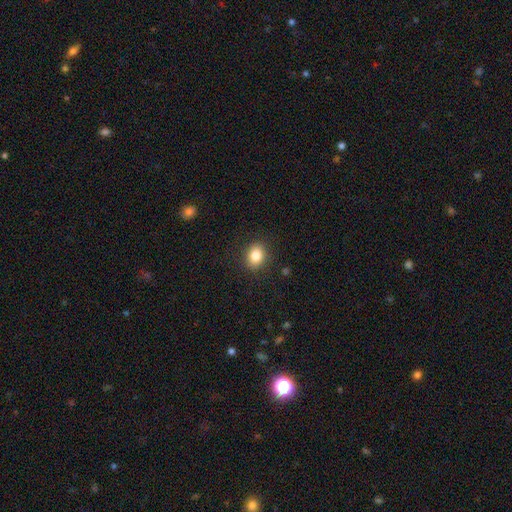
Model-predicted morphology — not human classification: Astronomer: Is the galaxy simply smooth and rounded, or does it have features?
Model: smooth — 84%.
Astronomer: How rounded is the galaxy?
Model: round — 51% (runner-up: in between, 48%).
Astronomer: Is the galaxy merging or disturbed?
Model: none — 88%.